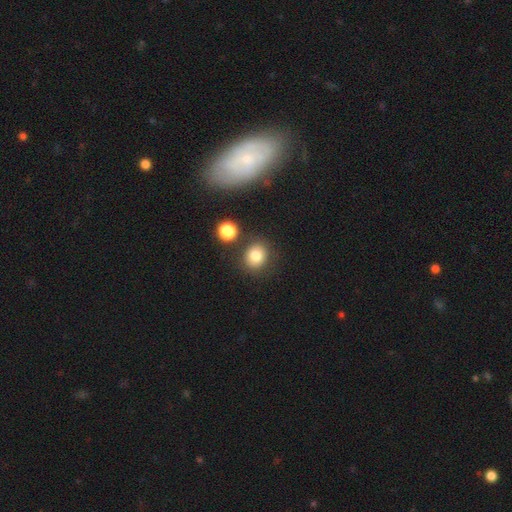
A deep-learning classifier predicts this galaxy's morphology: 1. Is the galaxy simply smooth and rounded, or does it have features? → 80% smooth, 12% star or artifact, 8% featured or disk.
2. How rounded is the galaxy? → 74% round, 25% in between, 1% cigar-shaped.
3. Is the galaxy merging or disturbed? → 78% none, 10% minor disturbance, 8% merger, 4% major disturbance.